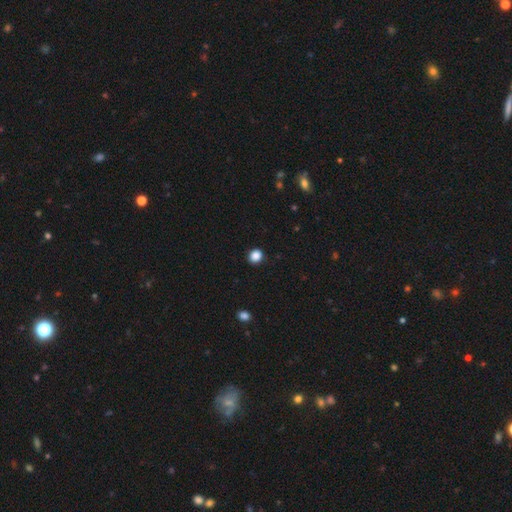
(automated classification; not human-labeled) This is clearly a smooth galaxy (87%). How rounded: clearly round (81%). Merging: clearly none (91%).